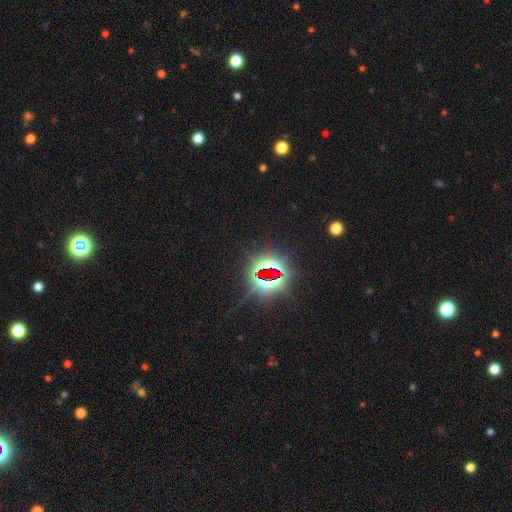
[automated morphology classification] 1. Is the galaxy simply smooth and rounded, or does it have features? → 77% star or artifact, 13% smooth, 10% featured or disk.